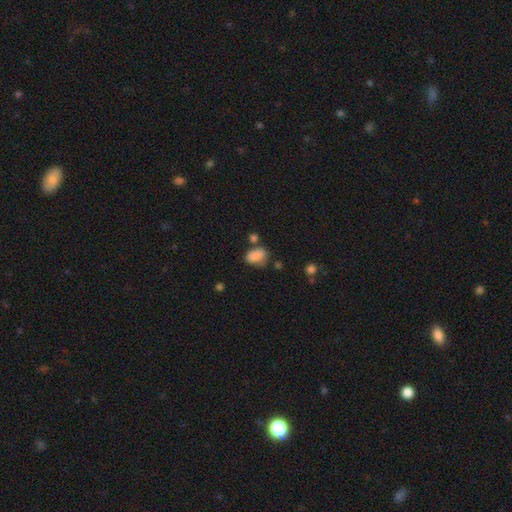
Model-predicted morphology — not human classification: A smooth galaxy with no disk features (84%) that is in between round and cigar-shaped (82%). Merging: none (51%).